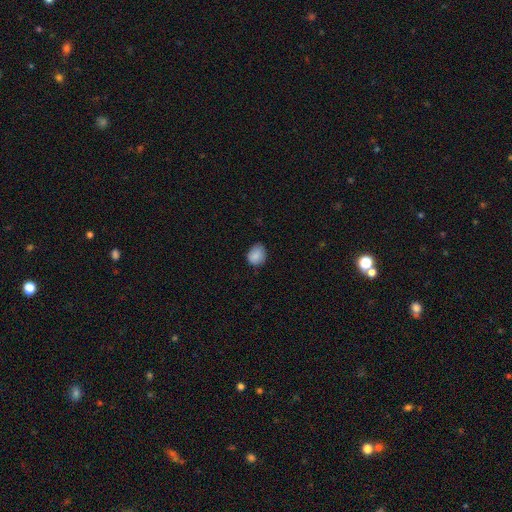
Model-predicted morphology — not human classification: Q: Smooth or featured?
A: smooth (86%); runner-up: star or artifact (8%)
Q: How rounded?
A: round (59%); runner-up: in between (40%)
Q: Merging?
A: none (67%); runner-up: minor disturbance (27%)